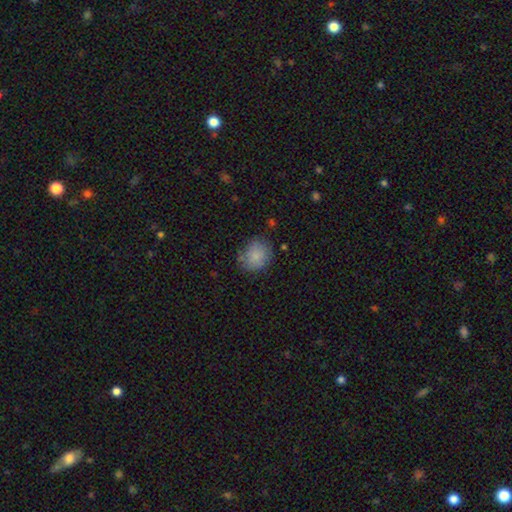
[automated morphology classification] Q: Smooth or featured?
A: smooth (81%); runner-up: featured or disk (11%)
Q: How rounded?
A: round (67%); runner-up: in between (32%)
Q: Merging?
A: none (71%); runner-up: minor disturbance (20%)